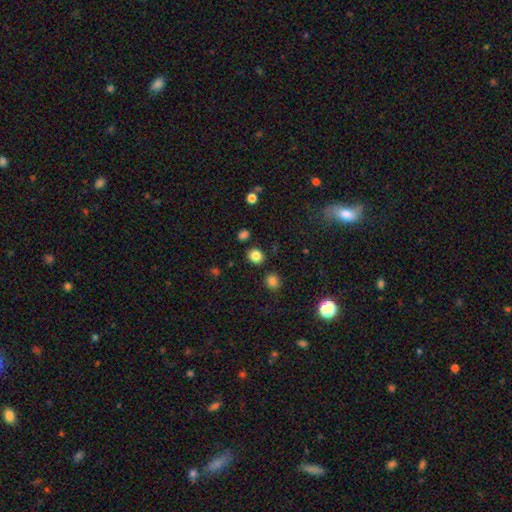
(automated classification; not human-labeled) Smooth or featured? Predicted: smooth (p=0.84). How rounded? Predicted: round (p=0.71). Merging? Predicted: none (p=0.86).